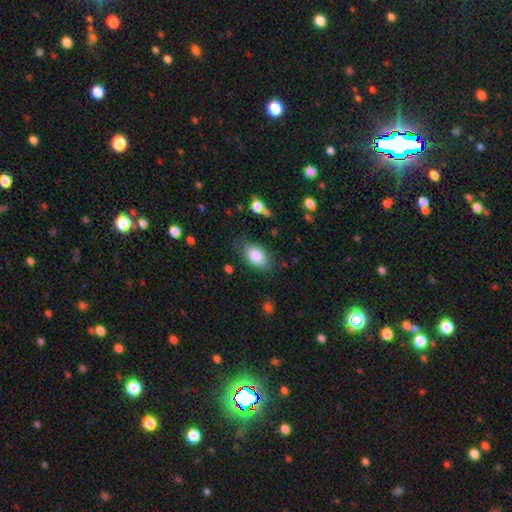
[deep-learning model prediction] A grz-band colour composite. It shows a smooth galaxy with no disk features (85%) that is in between round and cigar-shaped (91%). Merging: none (75%).